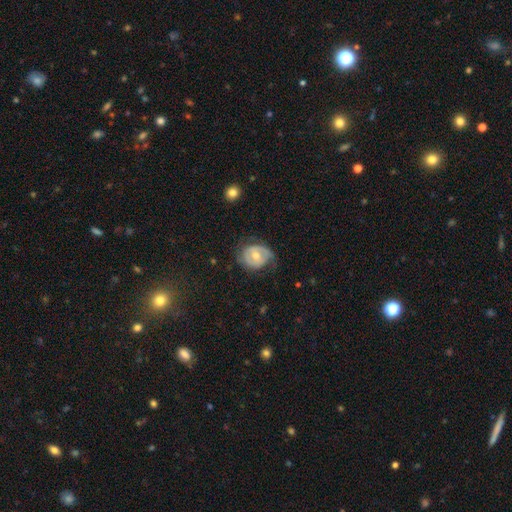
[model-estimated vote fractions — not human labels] Smooth or featured? featured or disk (60%)
Edge-on disk? no (96%)
Bar? no (56%)
Spiral arms? yes (61%)
Bulge size? moderate (69%)
Merging? none (59%)